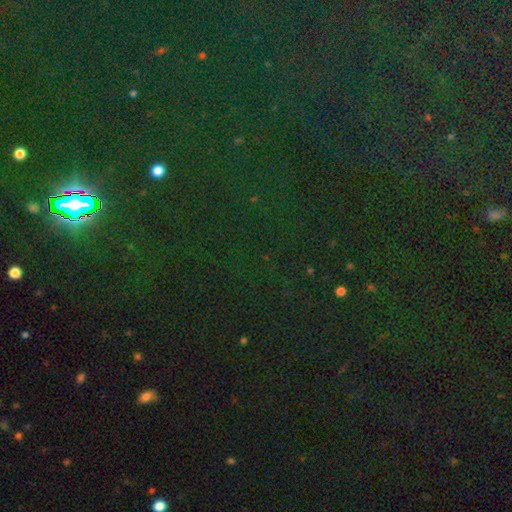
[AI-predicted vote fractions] A star or artifact, not a galaxy (84%).